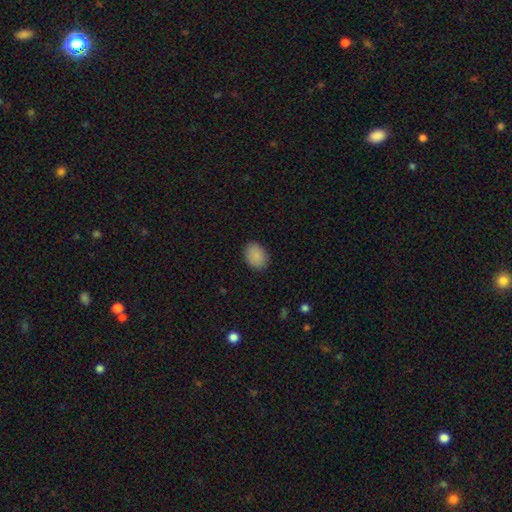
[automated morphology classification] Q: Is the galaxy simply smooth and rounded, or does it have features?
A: smooth — 88%.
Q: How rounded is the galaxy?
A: in between — 74%.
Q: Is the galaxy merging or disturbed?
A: none — 88%.